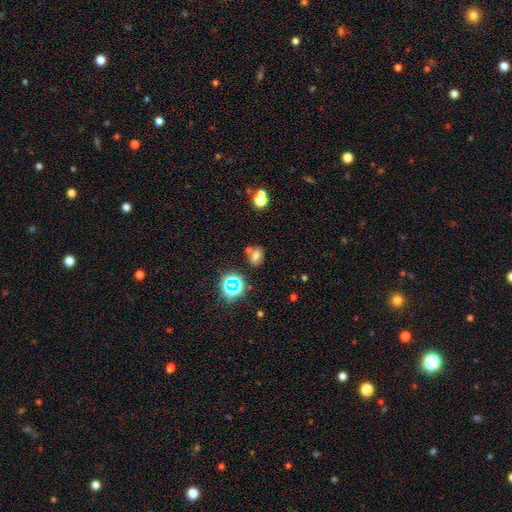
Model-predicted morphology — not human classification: Smooth or featured: smooth — 63% (star or artifact — 24%)
How rounded: in between — 67% (round — 30%)
Merging: none — 64% (merger — 19%)